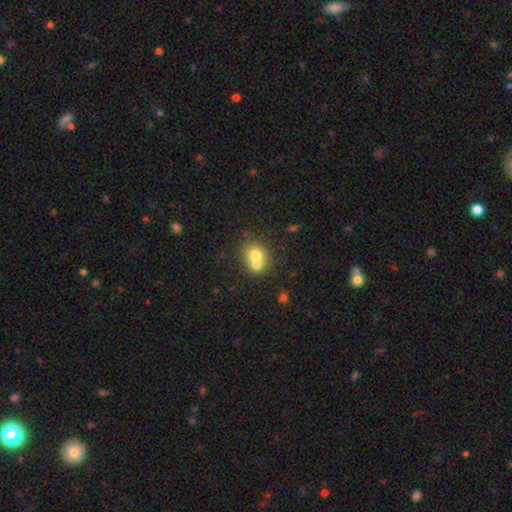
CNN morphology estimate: smooth_or_featured: smooth (p=0.68) [alt: featured or disk p=0.21]
how_rounded: round (p=0.71) [alt: in between p=0.28]
merging: merger (p=0.60) [alt: none p=0.30]